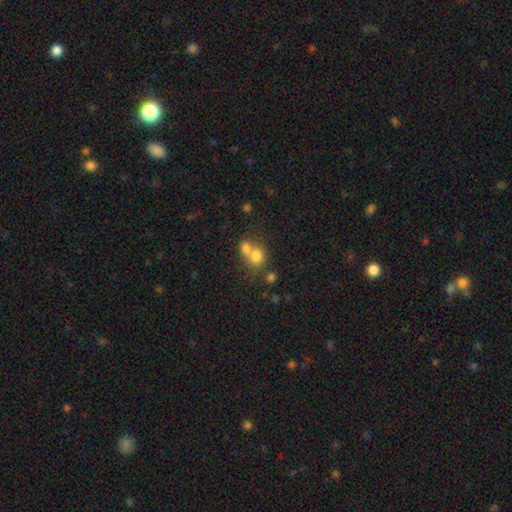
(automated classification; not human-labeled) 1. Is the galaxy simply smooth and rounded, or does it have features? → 75% smooth, 13% featured or disk, 12% star or artifact.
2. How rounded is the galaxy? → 69% round, 30% in between, 1% cigar-shaped.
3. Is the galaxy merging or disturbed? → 59% merger, 31% none, 7% minor disturbance, 4% major disturbance.